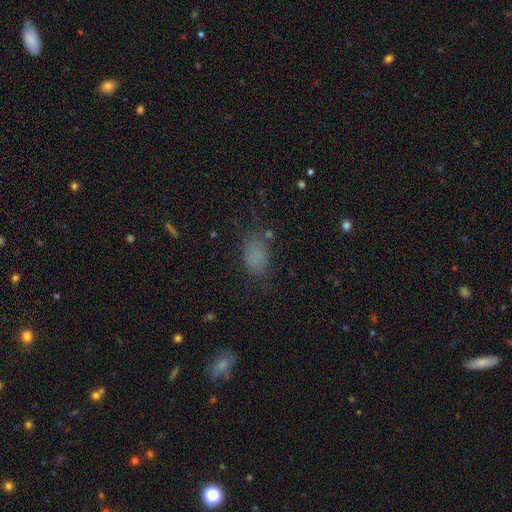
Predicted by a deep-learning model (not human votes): Q: Smooth or featured?
A: smooth (78%); runner-up: star or artifact (15%)
Q: How rounded?
A: in between (81%); runner-up: round (17%)
Q: Merging?
A: none (65%); runner-up: minor disturbance (21%)